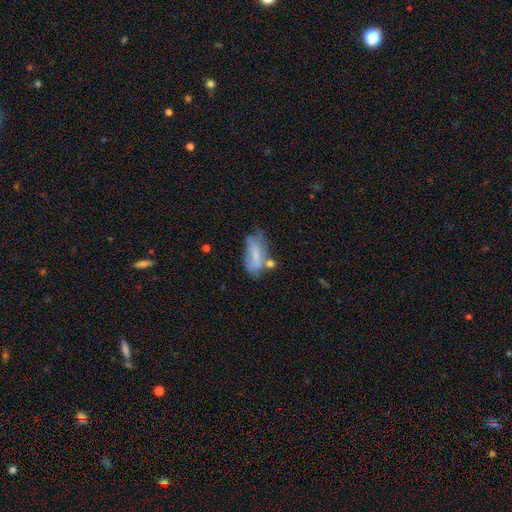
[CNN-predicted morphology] Smooth or featured?
  - smooth: 58% *
  - featured or disk: 33%
  - star or artifact: 9%
How rounded?
  - in between: 81% *
  - cigar-shaped: 16%
  - round: 3%
Merging?
  - none: 40% *
  - minor disturbance: 30%
  - major disturbance: 17%
  - merger: 14%